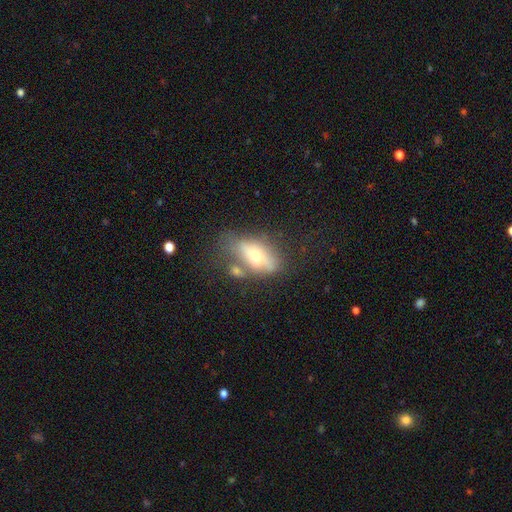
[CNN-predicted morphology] This is possibly a smooth galaxy (47%). Merging: marginally none (44%).